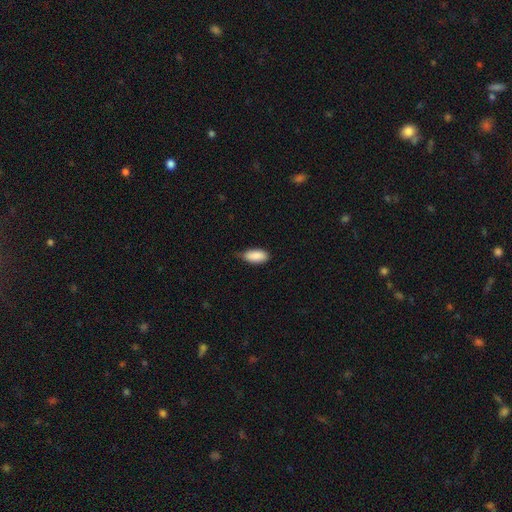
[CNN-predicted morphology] A smooth galaxy with no disk features (88%) that is in between round and cigar-shaped (90%).

Vote fractions:
- Smooth or featured? smooth: 88% / star or artifact: 6% / featured or disk: 6%
- How rounded? in between: 90% / cigar-shaped: 8% / round: 2%
- Merging? none: 64% / minor disturbance: 31% / major disturbance: 4% / merger: 1%